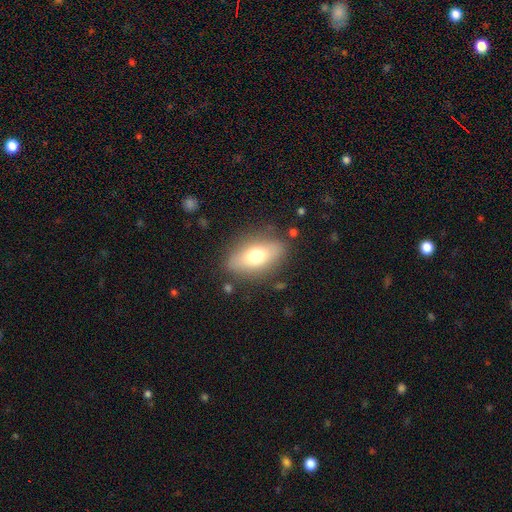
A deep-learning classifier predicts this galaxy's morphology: Overall: smooth (67%). How rounded: in between (84%). Merging: none (81%).